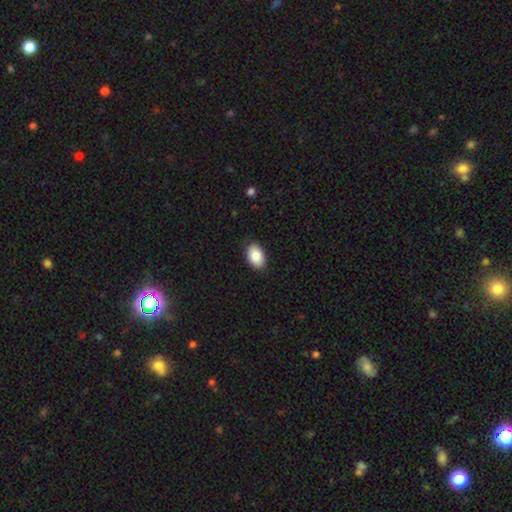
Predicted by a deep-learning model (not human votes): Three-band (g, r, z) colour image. It shows a smooth galaxy with no disk features (87%) that is in between round and cigar-shaped (91%). Merging: none (87%).